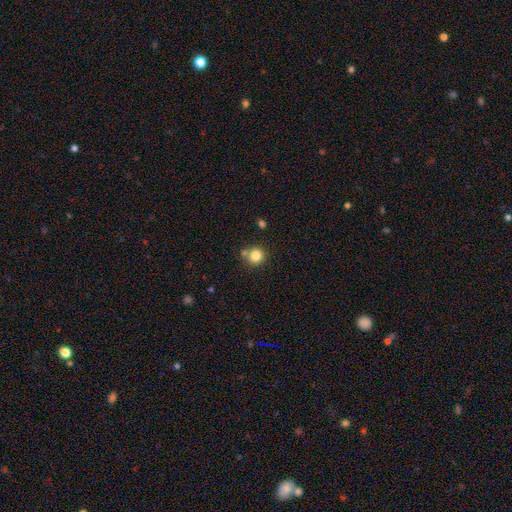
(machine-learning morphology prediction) type=smooth (82%); roundness=round (93%); merging=none (74%).